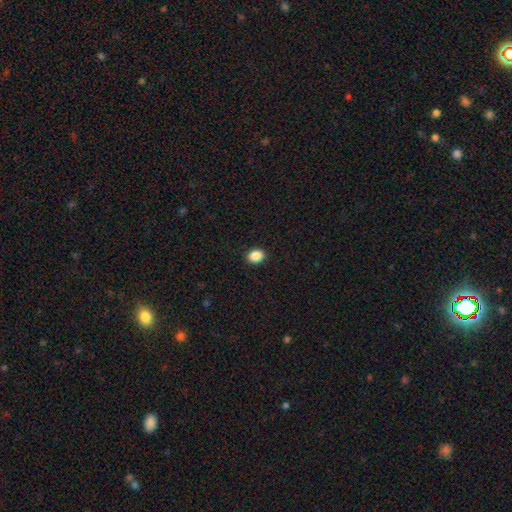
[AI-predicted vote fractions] smooth-or-featured: smooth: 88% | star or artifact: 9% | featured or disk: 3%
  how-rounded: in between: 59% | round: 40% | cigar-shaped: 1%
  merging: none: 91% | minor disturbance: 6% | major disturbance: 2% | merger: 1%